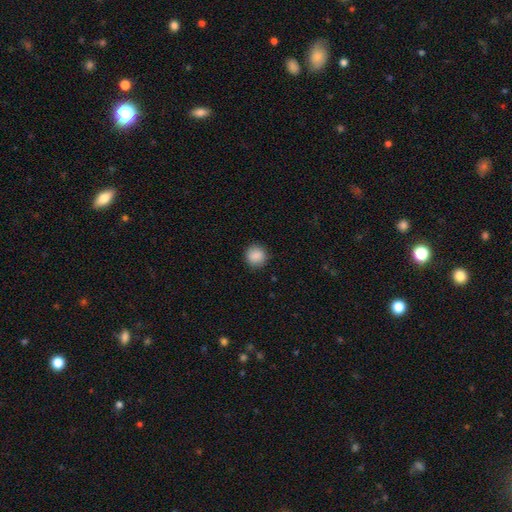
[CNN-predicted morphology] Smooth or featured: smooth — 88% (star or artifact — 9%)
How rounded: round — 92% (in between — 7%)
Merging: none — 90% (minor disturbance — 7%)